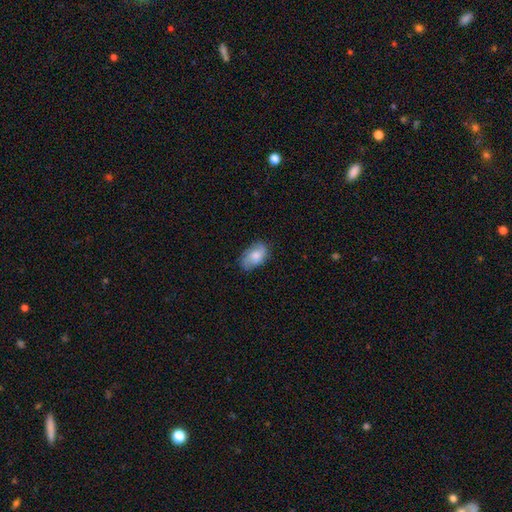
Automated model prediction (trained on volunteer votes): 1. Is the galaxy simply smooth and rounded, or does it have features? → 65% smooth, 28% featured or disk, 7% star or artifact.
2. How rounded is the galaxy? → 91% in between, 7% round, 2% cigar-shaped.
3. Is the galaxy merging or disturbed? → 72% none, 22% minor disturbance, 5% major disturbance, 1% merger.